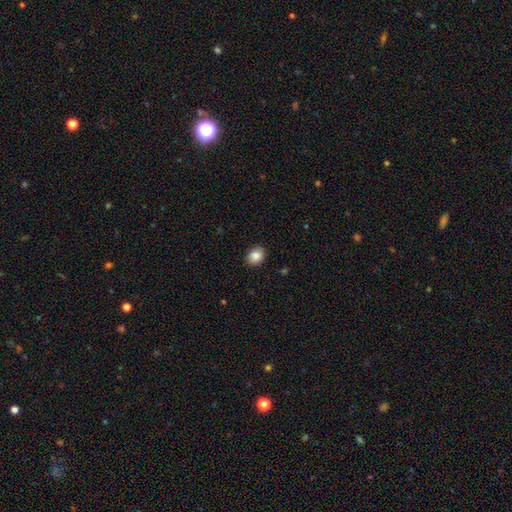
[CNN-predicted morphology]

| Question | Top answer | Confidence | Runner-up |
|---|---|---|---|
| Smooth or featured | smooth | 86% | star or artifact (9%) |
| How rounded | round | 57% | in between (42%) |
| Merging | none | 89% | minor disturbance (8%) |